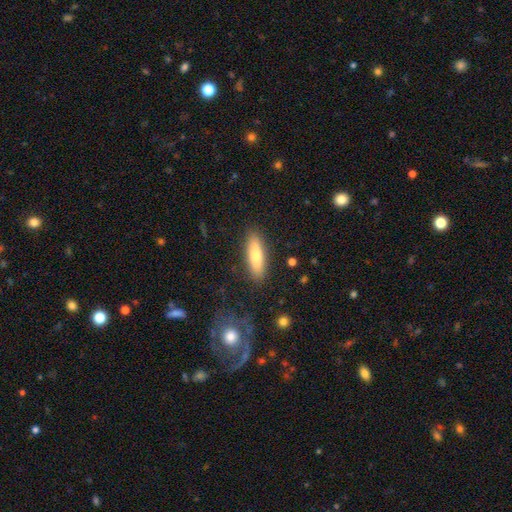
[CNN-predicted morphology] This appears to be a smooth galaxy with no disk features (72%) that is cigar-shaped (56%). Merging: none (87%).